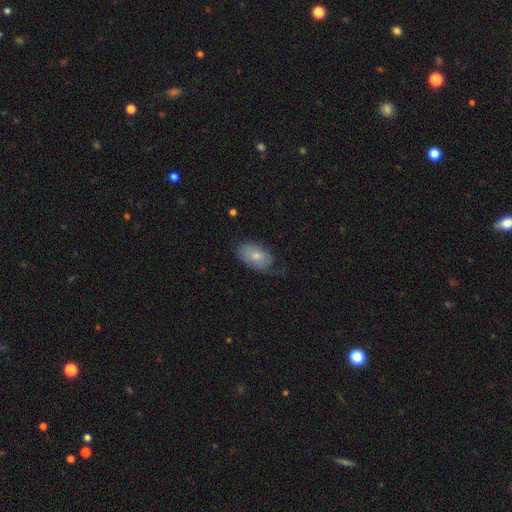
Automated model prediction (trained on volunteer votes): A smooth galaxy with no disk features (69%) that is in between round and cigar-shaped (91%). Merging: none (54%).